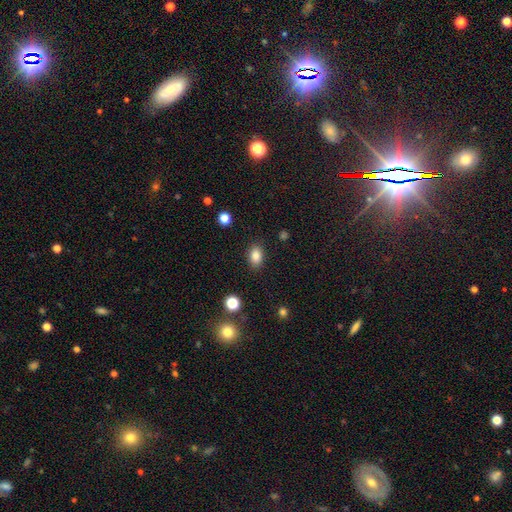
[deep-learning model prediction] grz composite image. It shows a smooth galaxy with no disk features (84%) that is in between round and cigar-shaped (78%). Merging: none (86%).